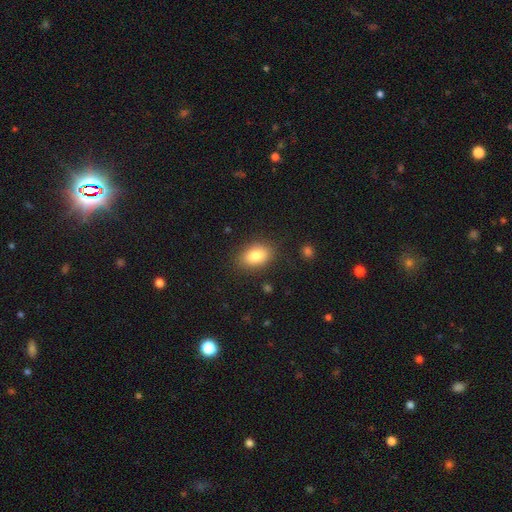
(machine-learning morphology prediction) Q: Smooth or featured?
A: smooth (83%); runner-up: featured or disk (9%)
Q: How rounded?
A: in between (84%); runner-up: round (15%)
Q: Merging?
A: none (84%); runner-up: minor disturbance (12%)